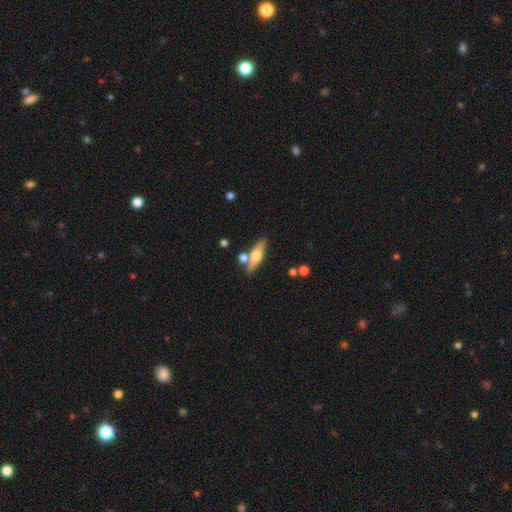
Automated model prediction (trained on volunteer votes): smooth 52%, featured or disk 41%, star or artifact 7%. Down the decision tree: how rounded — cigar-shaped (55%); merging — none (72%).